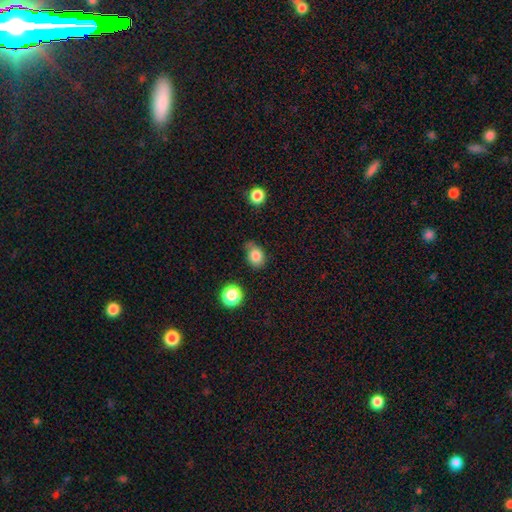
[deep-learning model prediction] Q: Smooth or featured?
A: smooth (82%); runner-up: star or artifact (10%)
Q: How rounded?
A: in between (60%); runner-up: round (38%)
Q: Merging?
A: none (54%); runner-up: minor disturbance (34%)